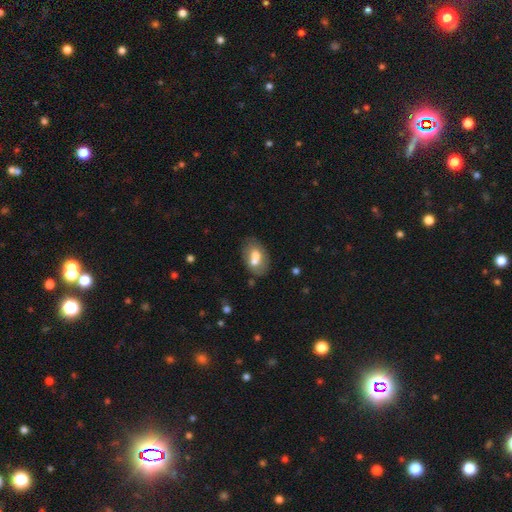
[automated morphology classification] This appears to be a smooth galaxy with no disk features (63%) that is in between round and cigar-shaped (83%). Merging: merger (42%).